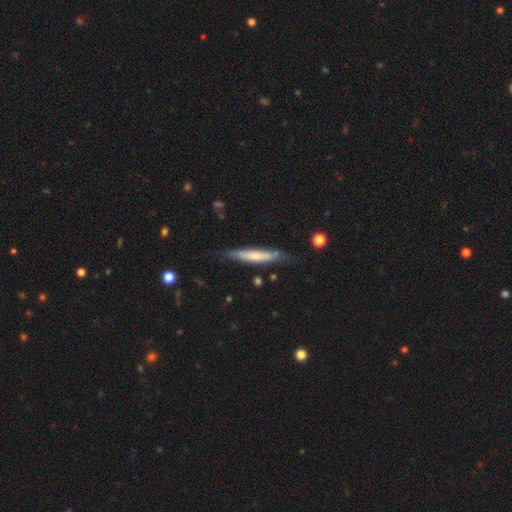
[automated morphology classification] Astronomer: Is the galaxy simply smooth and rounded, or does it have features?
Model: smooth — 56% (runner-up: featured or disk, 38%).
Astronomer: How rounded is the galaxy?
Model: cigar-shaped — 89%.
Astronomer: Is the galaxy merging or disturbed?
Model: none — 71%.